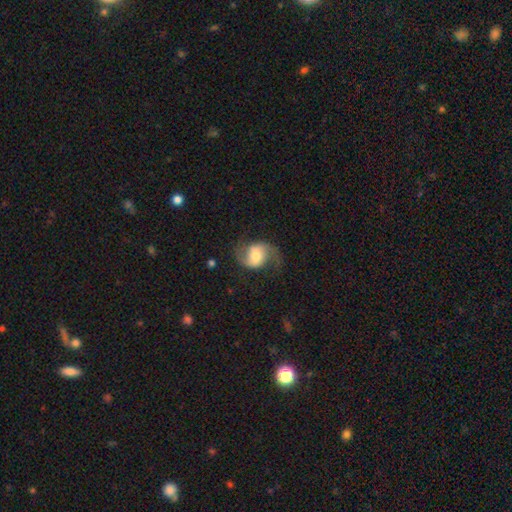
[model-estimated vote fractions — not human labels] Q: Smooth or featured?
A: featured or disk (74%); runner-up: smooth (19%)
Q: Edge-on disk?
A: no (98%); runner-up: yes (2%)
Q: Bar?
A: weak (44%); runner-up: no (39%)
Q: Spiral arms?
A: yes (94%); runner-up: no (6%)
Q: Spiral winding?
A: loose (47%); runner-up: medium (41%)
Q: Spiral arm count?
A: 2 (89%); runner-up: 1 (4%)
Q: Bulge size?
A: moderate (60%); runner-up: small (18%)
Q: Merging?
A: none (66%); runner-up: minor disturbance (18%)